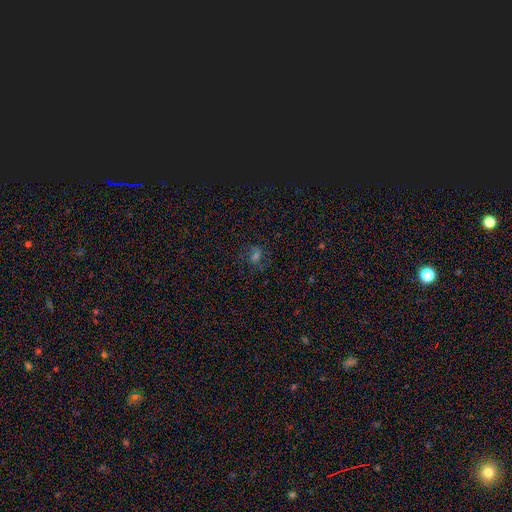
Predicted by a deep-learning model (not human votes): Q: Smooth or featured?
A: featured or disk (37%); runner-up: star or artifact (35%)
Q: Merging?
A: none (75%); runner-up: minor disturbance (14%)